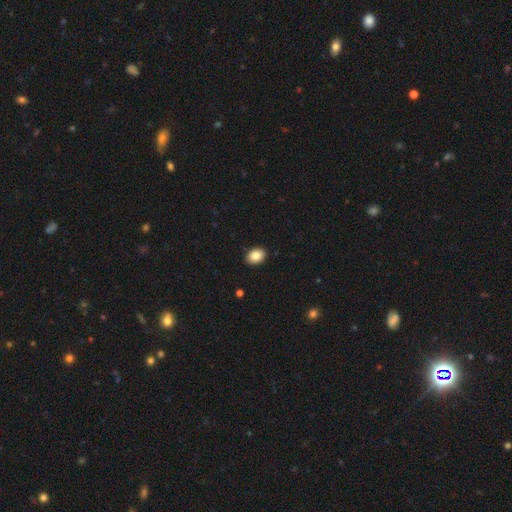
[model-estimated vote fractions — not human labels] The model was most divided on "how rounded": in between: 70%, round: 29%, cigar-shaped: 1%. More confident: merging — none (91%); smooth or featured — smooth (85%).